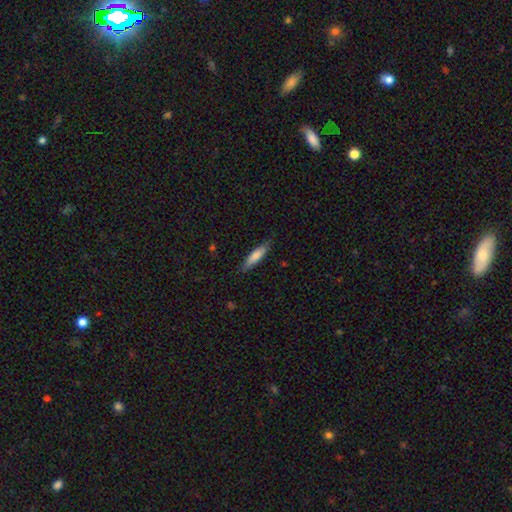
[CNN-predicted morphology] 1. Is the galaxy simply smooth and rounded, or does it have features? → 78% smooth, 16% featured or disk, 6% star or artifact.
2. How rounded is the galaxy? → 76% cigar-shaped, 23% in between, 1% round.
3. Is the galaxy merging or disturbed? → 82% none, 14% minor disturbance, 3% major disturbance, 1% merger.